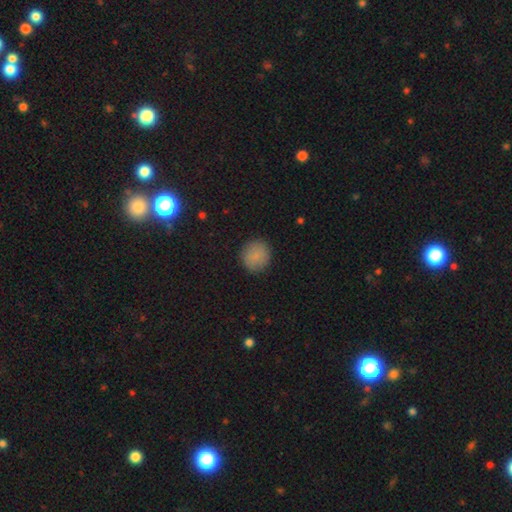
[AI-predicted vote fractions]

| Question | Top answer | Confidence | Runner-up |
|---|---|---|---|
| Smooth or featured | smooth | 85% | star or artifact (9%) |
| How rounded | round | 91% | in between (8%) |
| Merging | none | 88% | minor disturbance (9%) |